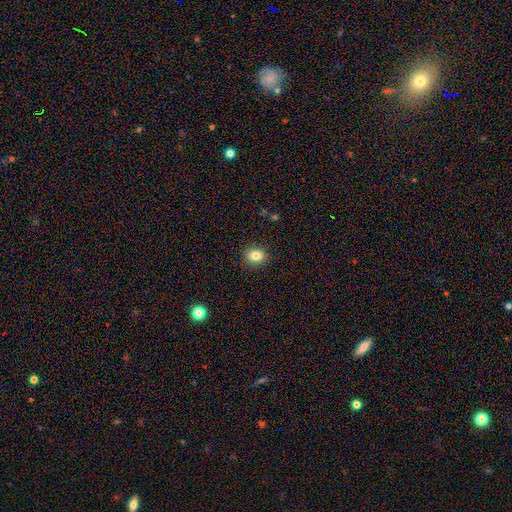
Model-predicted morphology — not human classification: Q: Smooth or featured?
A: smooth (82%); runner-up: star or artifact (11%)
Q: How rounded?
A: round (56%); runner-up: in between (43%)
Q: Merging?
A: none (90%); runner-up: minor disturbance (7%)